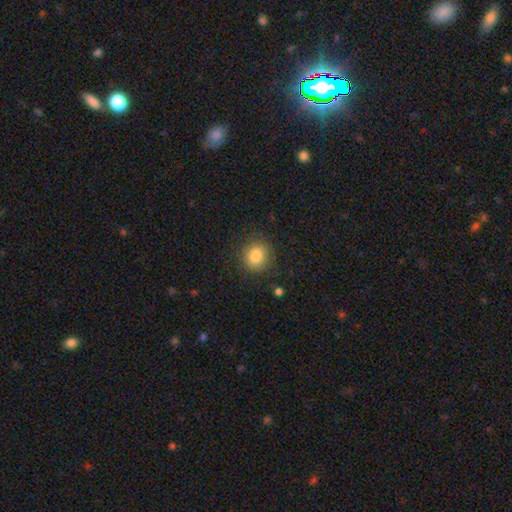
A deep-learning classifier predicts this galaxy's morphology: A smooth galaxy with no disk features (85%) that is round (83%). Merging: none (85%).